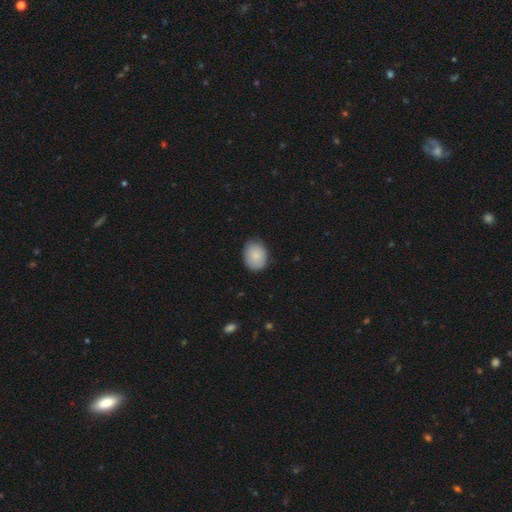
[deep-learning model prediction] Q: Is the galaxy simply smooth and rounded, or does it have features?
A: smooth — 85%.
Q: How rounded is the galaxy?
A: in between — 56%.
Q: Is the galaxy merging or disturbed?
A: none — 80%.